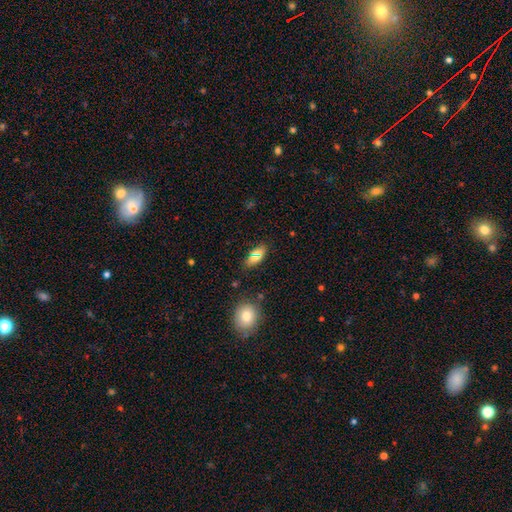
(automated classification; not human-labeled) Smooth or featured: smooth — 73% (star or artifact — 16%)
How rounded: in between — 85% (cigar-shaped — 10%)
Merging: none — 82% (minor disturbance — 11%)